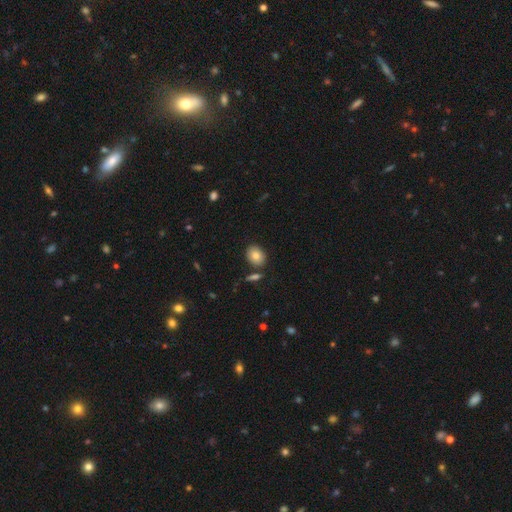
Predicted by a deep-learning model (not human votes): This appears to be a smooth galaxy with no disk features (82%) that is in between round and cigar-shaped (64%). Merging: none (81%).